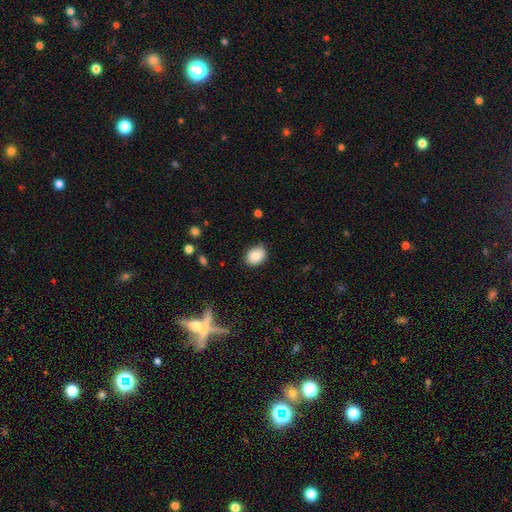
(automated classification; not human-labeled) smooth-or-featured: smooth: 85% | star or artifact: 8% | featured or disk: 7%
  how-rounded: in between: 62% | round: 37% | cigar-shaped: 1%
  merging: none: 84% | minor disturbance: 12% | major disturbance: 3% | merger: 1%